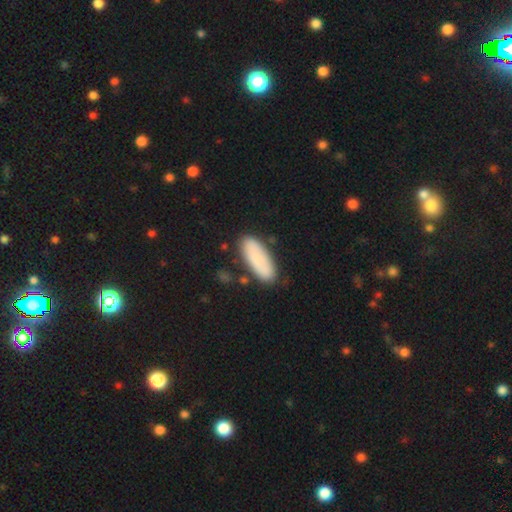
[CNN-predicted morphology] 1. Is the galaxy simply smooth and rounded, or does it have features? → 82% smooth, 12% featured or disk, 6% star or artifact.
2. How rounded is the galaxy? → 75% in between, 23% cigar-shaped, 2% round.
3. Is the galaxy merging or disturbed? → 77% none, 15% minor disturbance, 4% merger, 4% major disturbance.